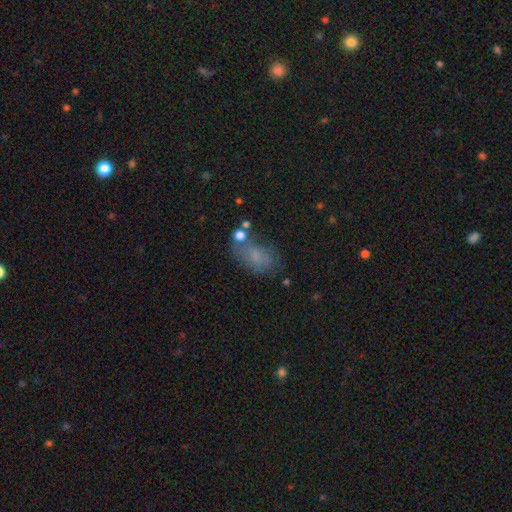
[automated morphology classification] Smooth or featured?
  - smooth: 66% *
  - featured or disk: 20%
  - star or artifact: 14%
How rounded?
  - in between: 87% *
  - round: 10%
  - cigar-shaped: 2%
Merging?
  - none: 50% *
  - minor disturbance: 24%
  - major disturbance: 15%
  - merger: 11%